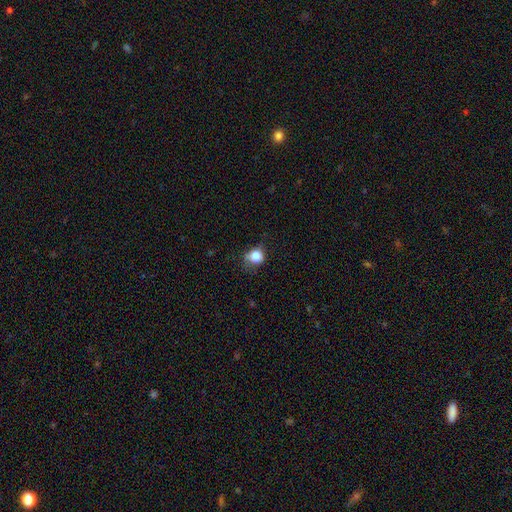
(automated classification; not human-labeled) Overall: smooth (80%). How rounded: round (68%; in between 31%). Merging: none (53%; minor disturbance 32%).